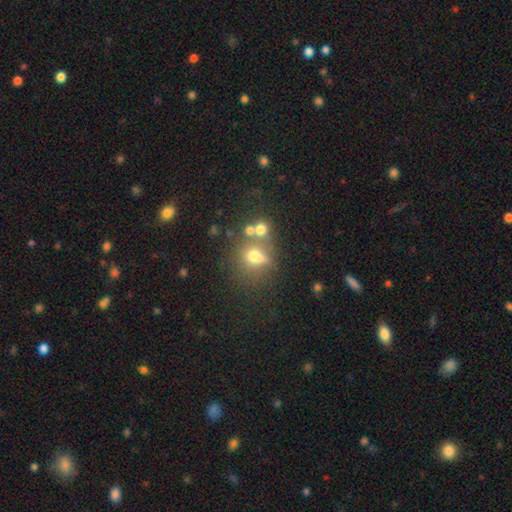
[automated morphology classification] Q: Smooth or featured?
A: smooth (62%); runner-up: featured or disk (19%)
Q: How rounded?
A: round (55%); runner-up: in between (42%)
Q: Merging?
A: none (47%); runner-up: merger (31%)